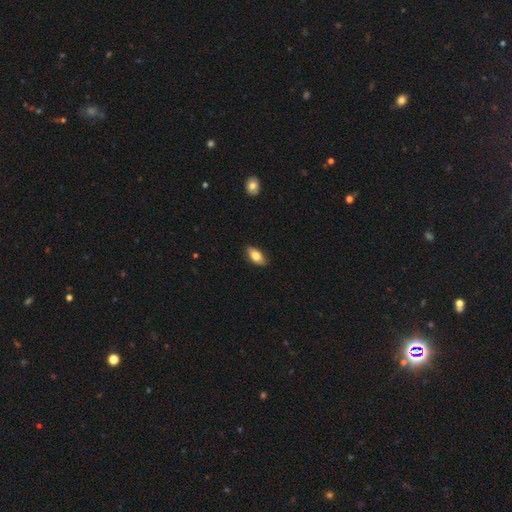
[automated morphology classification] Smooth or featured?
  - smooth: 79% *
  - featured or disk: 14%
  - star or artifact: 6%
How rounded?
  - in between: 90% *
  - cigar-shaped: 7%
  - round: 3%
Merging?
  - none: 86% *
  - minor disturbance: 11%
  - major disturbance: 2%
  - merger: 1%